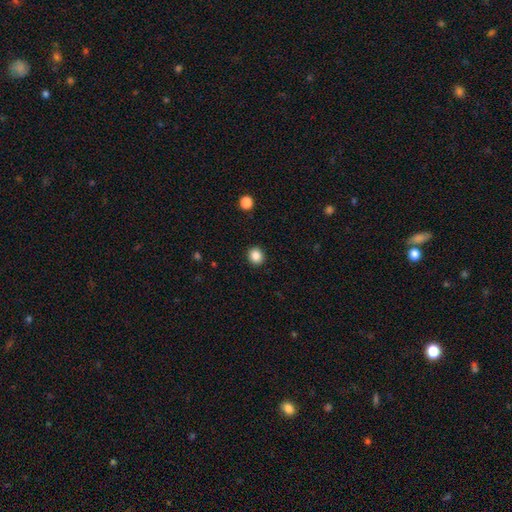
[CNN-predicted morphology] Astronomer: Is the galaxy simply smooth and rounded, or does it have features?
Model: smooth — 86%.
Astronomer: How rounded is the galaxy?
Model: round — 85%.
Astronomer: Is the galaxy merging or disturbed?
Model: none — 92%.